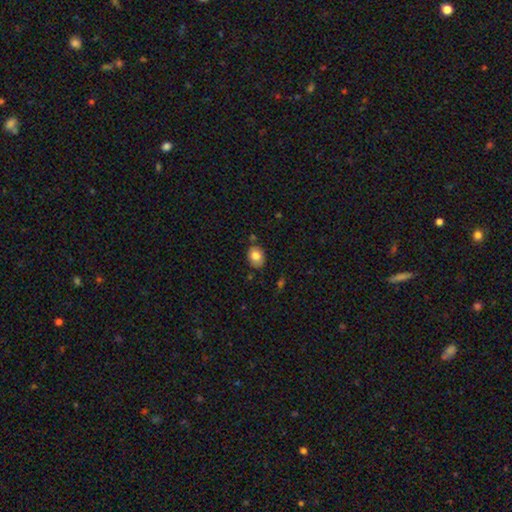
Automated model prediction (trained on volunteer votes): Morphology: type=smooth (80%); roundness=in between (63%); merging=none (78%).